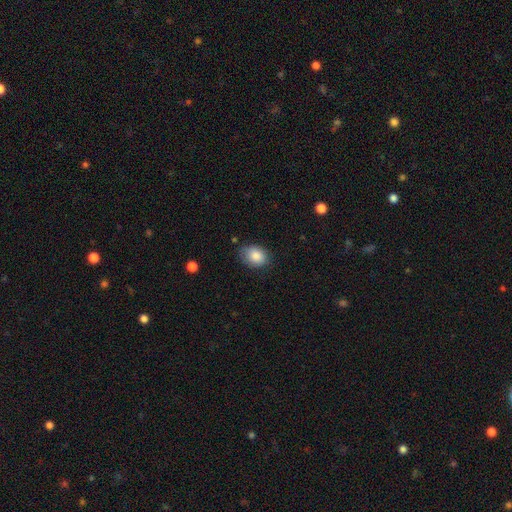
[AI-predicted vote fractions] The model was most divided on "how rounded": in between: 67%, round: 32%, cigar-shaped: 1%. More confident: smooth or featured — smooth (85%); merging — none (70%).